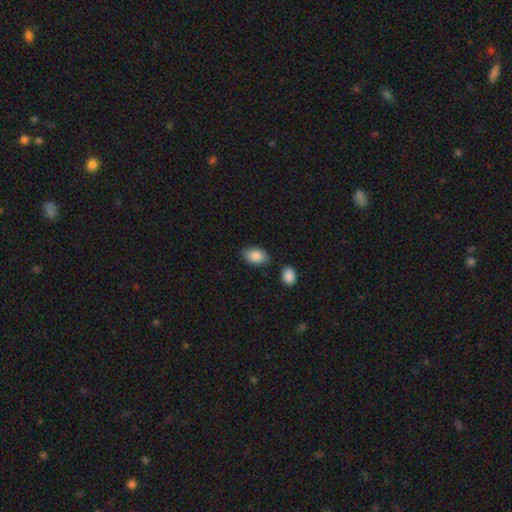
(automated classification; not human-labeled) The model was most divided on "merging": none: 78%, minor disturbance: 14%, merger: 5%, major disturbance: 3%. More confident: how rounded — in between (91%); smooth or featured — smooth (86%).